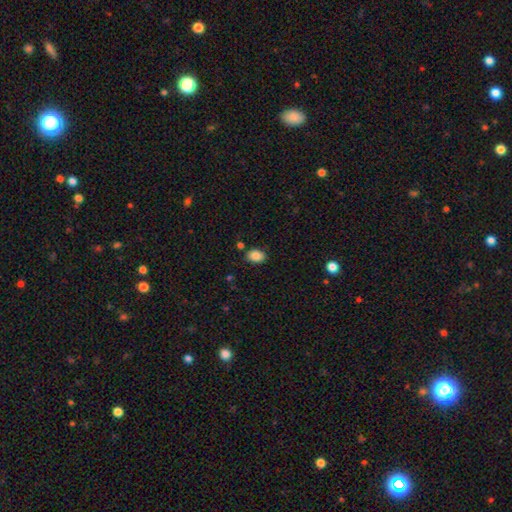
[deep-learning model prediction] Morphology: type=smooth (86%); roundness=in between (75%); merging=none (83%).